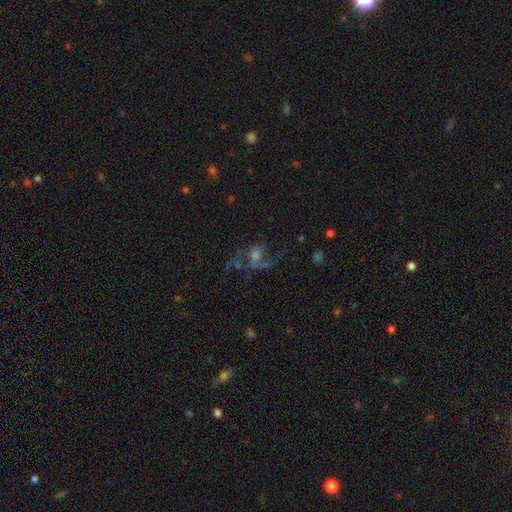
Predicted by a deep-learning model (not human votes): Smooth or featured? Predicted: featured or disk (p=0.65). Edge-on disk? Predicted: no (p=0.96). Bar? Predicted: no (p=0.56). Spiral arms? Predicted: yes (p=0.80). Spiral winding? Predicted: loose (p=0.62). Spiral arm count? Predicted: 2 (p=0.65). Bulge size? Predicted: moderate (p=0.41). Merging? Predicted: none (p=0.46).